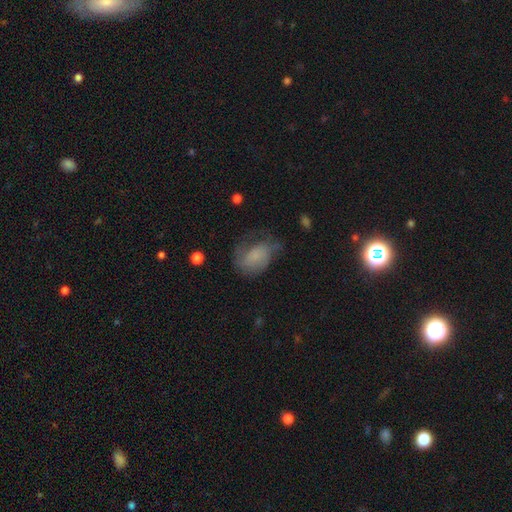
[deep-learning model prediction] A smooth galaxy with no disk features (56%) that is in between round and cigar-shaped (74%). Merging: none (37%).